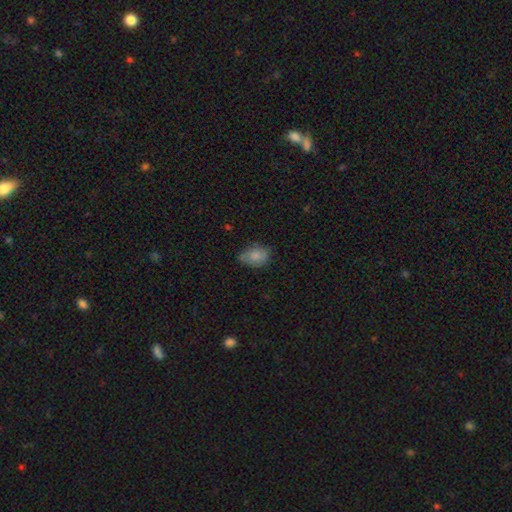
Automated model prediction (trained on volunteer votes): Morphology: type=smooth (79%); roundness=in between (77%); merging=none (59%).